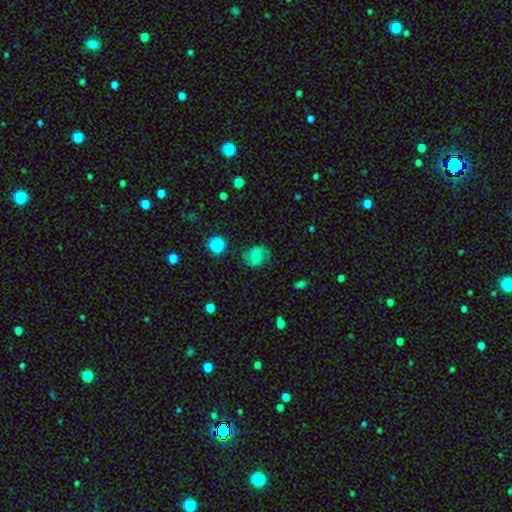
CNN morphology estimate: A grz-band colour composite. It shows a smooth galaxy with no disk features (58%) that is round (57%). Merging: none (76%).